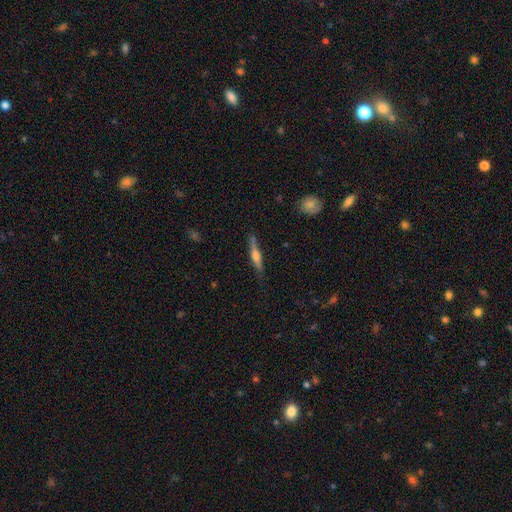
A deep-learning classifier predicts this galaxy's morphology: Smooth or featured?
  - featured or disk: 62% *
  - smooth: 33%
  - star or artifact: 6%
Edge-on disk?
  - yes: 97% *
  - no: 3%
Edge-on bulge?
  - rounded: 80% *
  - boxy: 12%
  - none: 8%
Merging?
  - none: 84% *
  - minor disturbance: 12%
  - major disturbance: 2%
  - merger: 2%